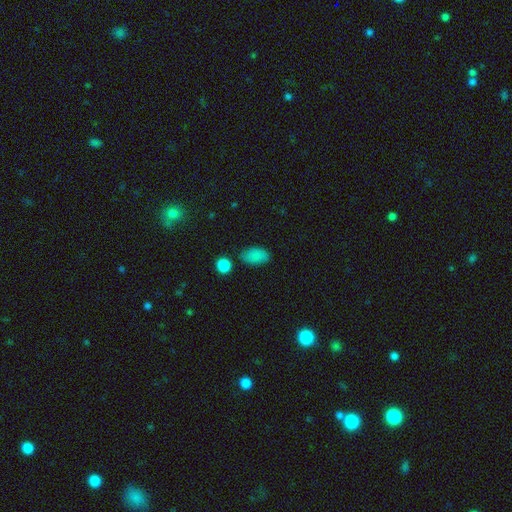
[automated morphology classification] Q: Smooth or featured?
A: smooth (85%); runner-up: star or artifact (10%)
Q: How rounded?
A: in between (91%); runner-up: round (7%)
Q: Merging?
A: none (78%); runner-up: minor disturbance (15%)